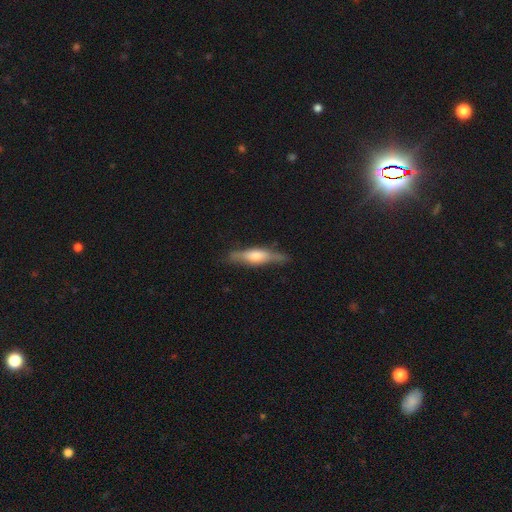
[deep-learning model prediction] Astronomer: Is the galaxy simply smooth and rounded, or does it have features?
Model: featured or disk — 60%.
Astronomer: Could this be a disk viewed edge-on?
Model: yes — 91%.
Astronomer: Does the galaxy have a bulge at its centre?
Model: rounded — 75%.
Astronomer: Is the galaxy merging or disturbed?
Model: none — 81%.